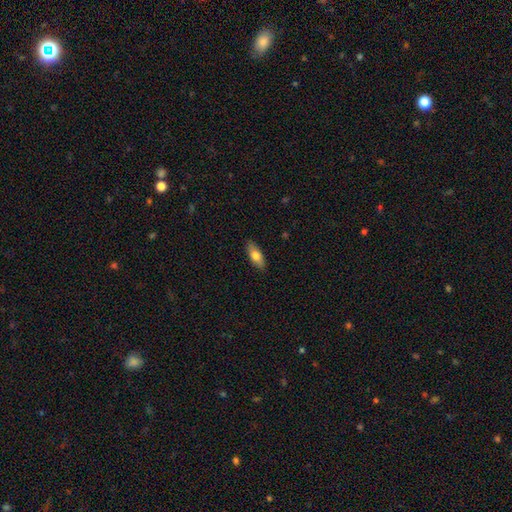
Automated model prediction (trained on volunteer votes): The model was most divided on "how rounded": in between: 73%, cigar-shaped: 24%, round: 3%. More confident: merging — none (88%); smooth or featured — smooth (72%).